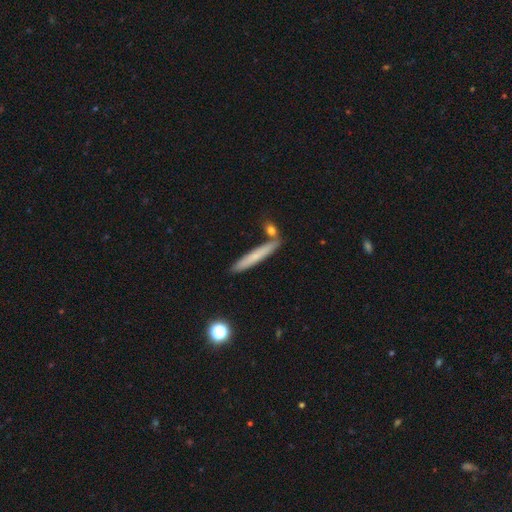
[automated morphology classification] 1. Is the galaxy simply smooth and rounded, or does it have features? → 66% smooth, 28% featured or disk, 7% star or artifact.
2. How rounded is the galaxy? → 94% cigar-shaped, 4% in between, 2% round.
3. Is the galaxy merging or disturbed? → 79% none, 11% minor disturbance, 8% merger, 2% major disturbance.